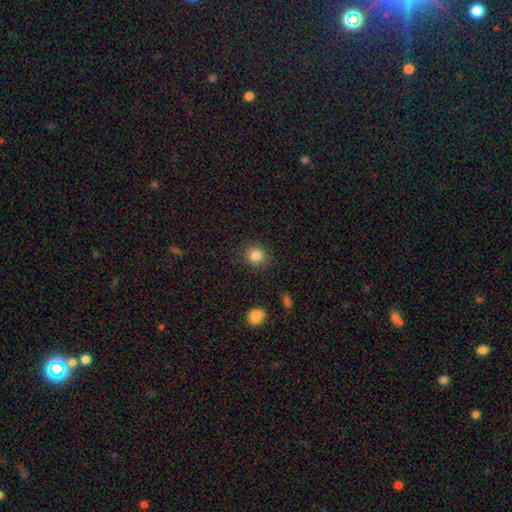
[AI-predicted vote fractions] smooth-or-featured: smooth: 84% | star or artifact: 10% | featured or disk: 5%
  how-rounded: round: 84% | in between: 15% | cigar-shaped: 1%
  merging: none: 88% | minor disturbance: 8% | major disturbance: 2% | merger: 1%